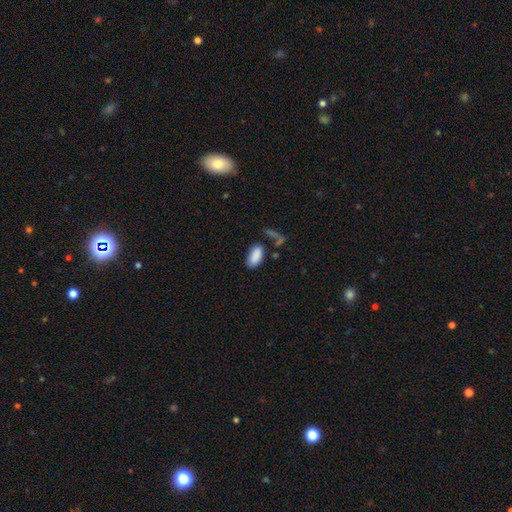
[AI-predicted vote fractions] Smooth or featured: smooth — 87% (star or artifact — 8%)
How rounded: in between — 94% (cigar-shaped — 3%)
Merging: none — 66% (minor disturbance — 17%)